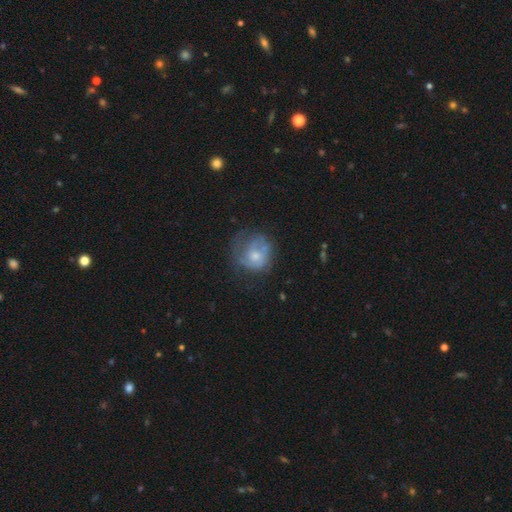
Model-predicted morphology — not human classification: featured or disk 47%, smooth 44%, star or artifact 9%. Down the decision tree: merging — none (41%).